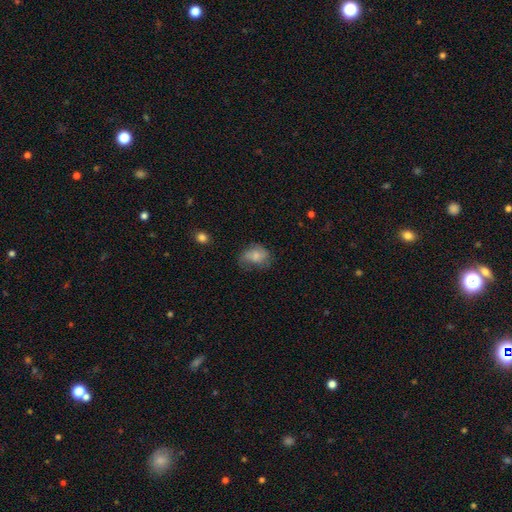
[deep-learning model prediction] Morphology: type=smooth (69%); roundness=in between (67%); merging=none (42%).